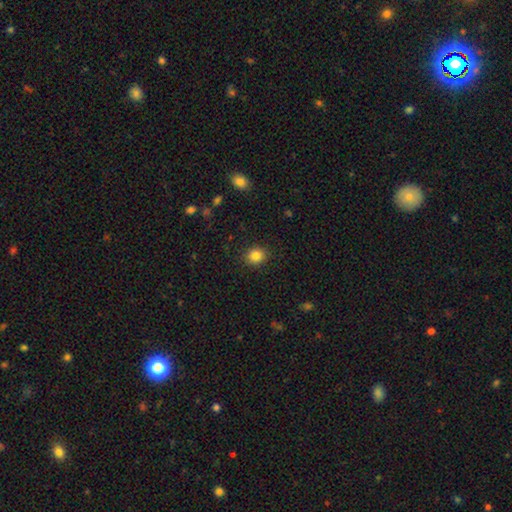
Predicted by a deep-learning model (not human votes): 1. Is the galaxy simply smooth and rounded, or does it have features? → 85% smooth, 10% star or artifact, 5% featured or disk.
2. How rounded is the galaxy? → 72% round, 27% in between, 1% cigar-shaped.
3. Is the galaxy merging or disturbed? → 89% none, 7% minor disturbance, 2% major disturbance, 1% merger.